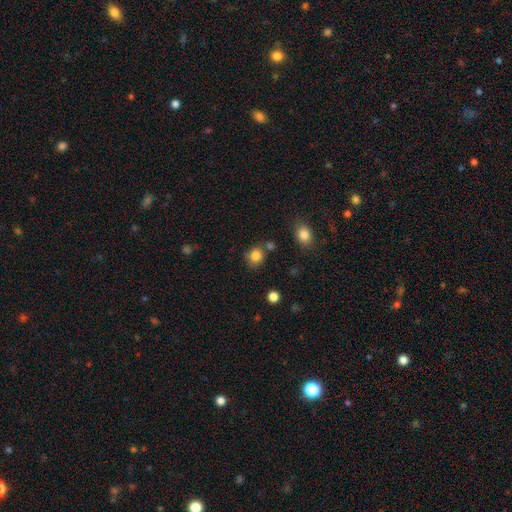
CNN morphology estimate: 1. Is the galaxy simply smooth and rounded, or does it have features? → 83% smooth, 11% star or artifact, 6% featured or disk.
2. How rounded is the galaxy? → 76% round, 23% in between, 1% cigar-shaped.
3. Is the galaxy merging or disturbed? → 73% none, 15% minor disturbance, 9% merger, 4% major disturbance.